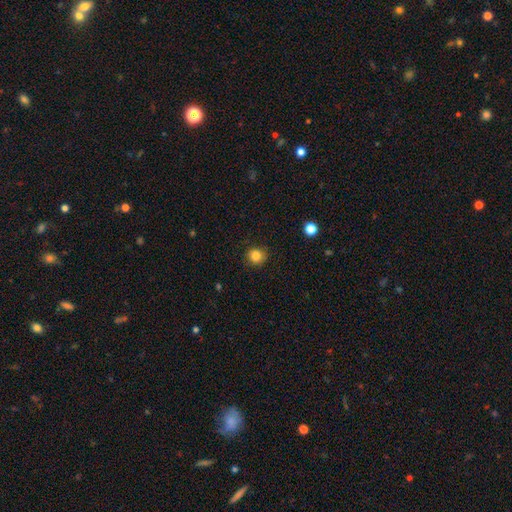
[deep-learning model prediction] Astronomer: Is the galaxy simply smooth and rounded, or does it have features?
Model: smooth — 83%.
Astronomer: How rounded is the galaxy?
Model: round — 88%.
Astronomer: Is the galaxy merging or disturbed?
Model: none — 88%.